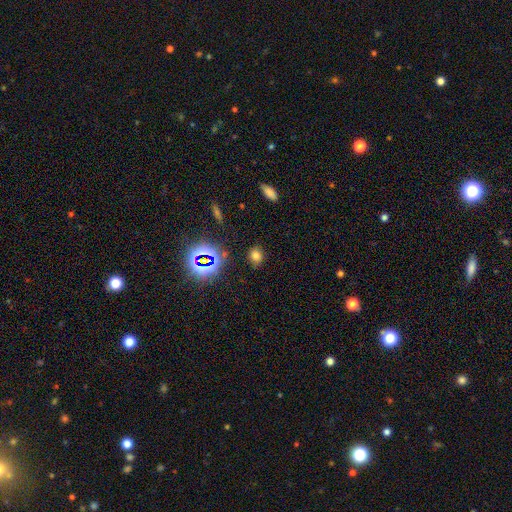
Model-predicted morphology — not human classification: Smooth or featured?
  - smooth: 66% *
  - star or artifact: 26%
  - featured or disk: 7%
How rounded?
  - round: 56% *
  - in between: 42%
  - cigar-shaped: 2%
Merging?
  - none: 81% *
  - minor disturbance: 12%
  - major disturbance: 4%
  - merger: 2%